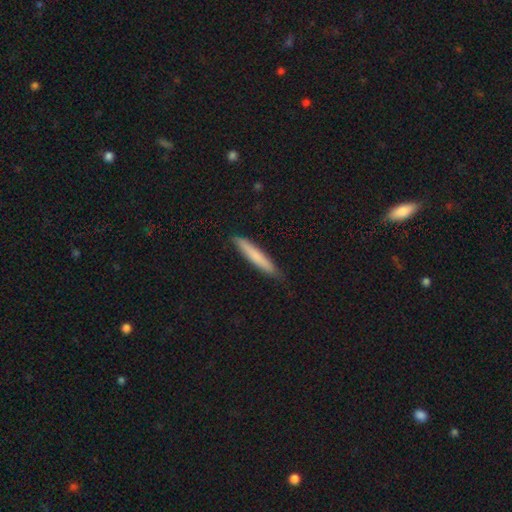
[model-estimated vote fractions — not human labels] A smooth galaxy with no disk features (74%) that is cigar-shaped (94%). Merging: none (85%).